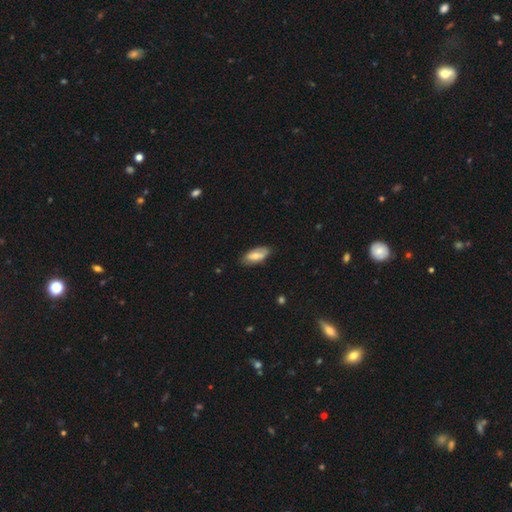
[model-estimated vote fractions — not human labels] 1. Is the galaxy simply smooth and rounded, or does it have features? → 59% smooth, 35% featured or disk, 6% star or artifact.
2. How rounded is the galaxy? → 86% in between, 11% cigar-shaped, 3% round.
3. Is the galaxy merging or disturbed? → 79% none, 17% minor disturbance, 3% major disturbance, 2% merger.